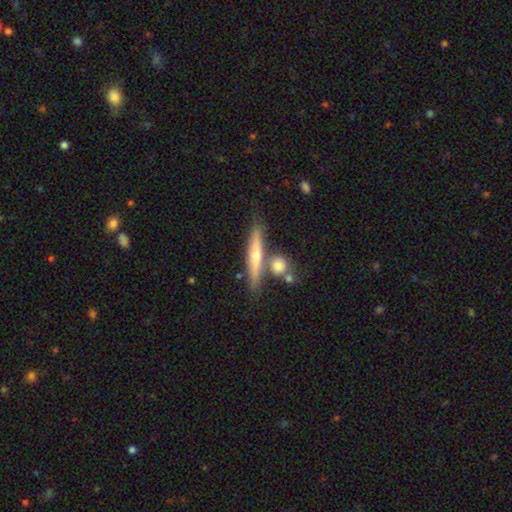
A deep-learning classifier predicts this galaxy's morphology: smooth-or-featured: featured or disk: 49% | smooth: 45% | star or artifact: 7%
  merging: none: 72% | merger: 14% | minor disturbance: 11% | major disturbance: 3%